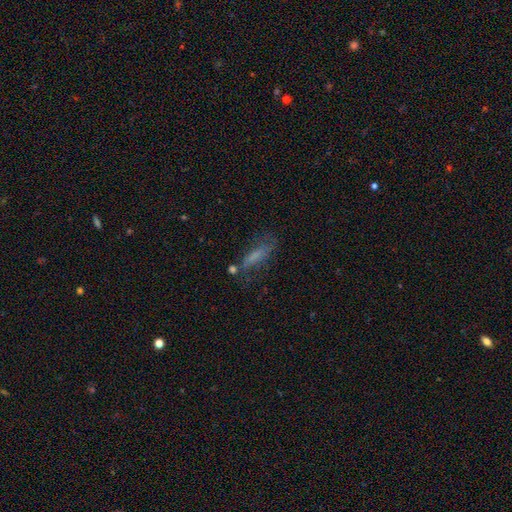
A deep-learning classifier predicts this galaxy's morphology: Smooth or featured? Predicted: smooth (p=0.60). How rounded? Predicted: cigar-shaped (p=0.56). Merging? Predicted: none (p=0.50).